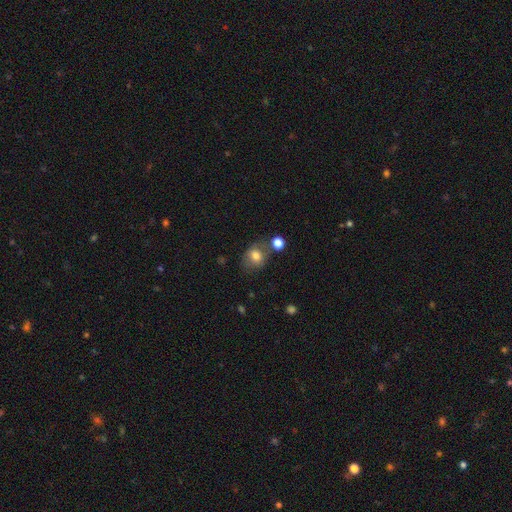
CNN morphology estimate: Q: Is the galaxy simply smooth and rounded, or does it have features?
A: smooth — 75%.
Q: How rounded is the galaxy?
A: round — 56%.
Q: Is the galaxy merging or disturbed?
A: none — 61%.